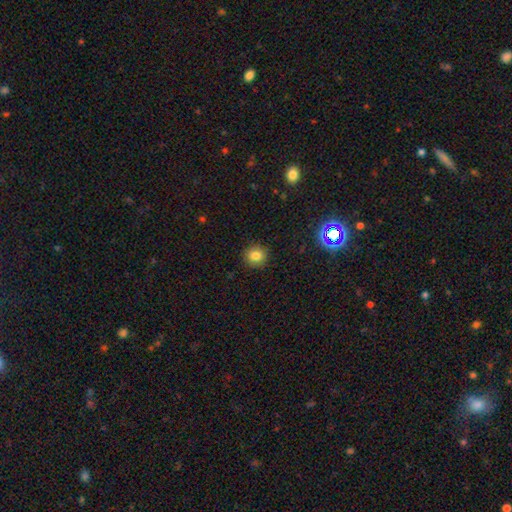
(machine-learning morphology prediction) A smooth galaxy with no disk features (80%) that is round (91%). Merging: none (91%).